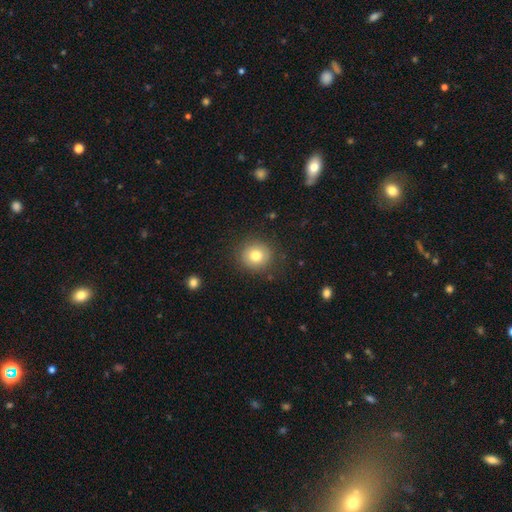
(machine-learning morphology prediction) The model was most divided on "smooth or featured": smooth: 78%, featured or disk: 12%, star or artifact: 11%. More confident: how rounded — round (89%); merging — none (87%).